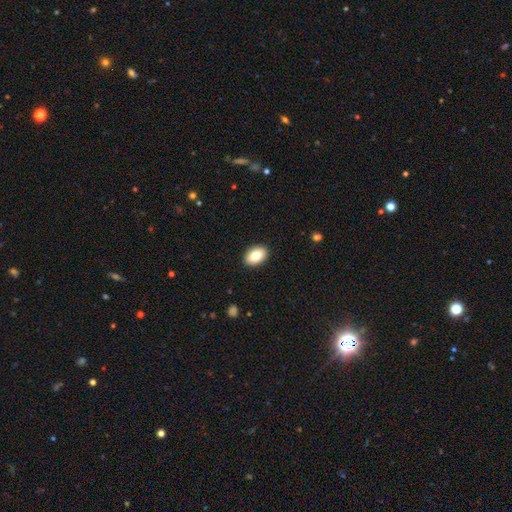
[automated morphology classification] type=smooth (83%); roundness=in between (88%); merging=none (91%).